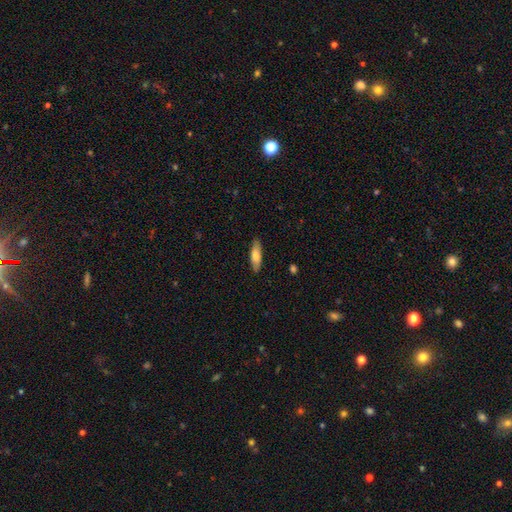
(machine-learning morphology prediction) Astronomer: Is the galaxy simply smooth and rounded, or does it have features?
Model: smooth — 75%.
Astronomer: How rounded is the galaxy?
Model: cigar-shaped — 51% (runner-up: in between, 47%).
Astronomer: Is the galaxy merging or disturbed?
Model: none — 86%.